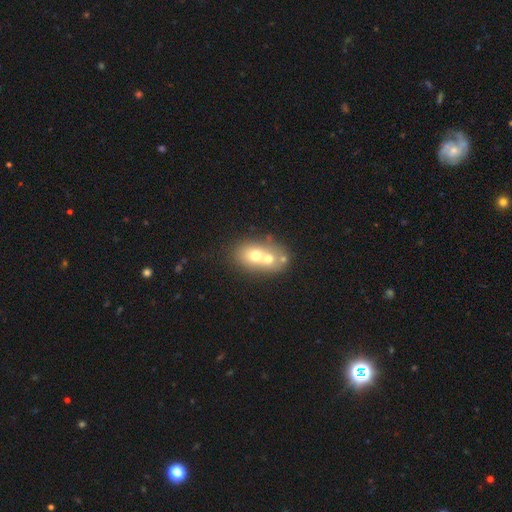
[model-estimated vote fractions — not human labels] smooth 59%, featured or disk 30%, star or artifact 11%. Down the decision tree: how rounded — in between (60%); merging — merger (65%).